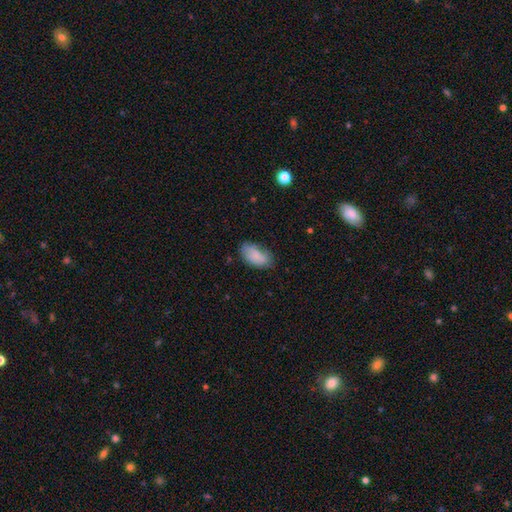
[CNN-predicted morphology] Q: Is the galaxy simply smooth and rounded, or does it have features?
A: smooth — 83%.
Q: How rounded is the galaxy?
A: in between — 93%.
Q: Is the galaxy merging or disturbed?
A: none — 65%.